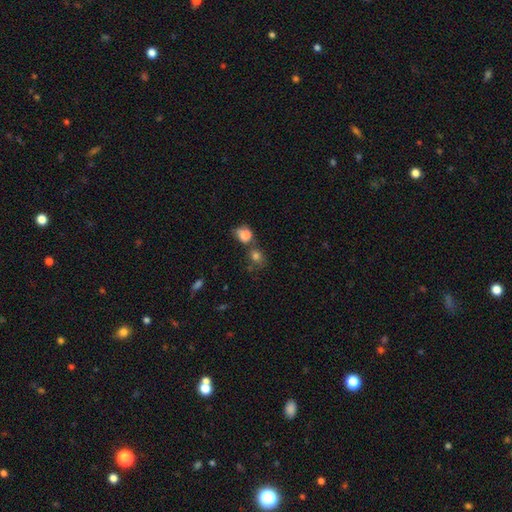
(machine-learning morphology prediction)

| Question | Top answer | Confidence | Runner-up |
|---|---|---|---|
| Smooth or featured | smooth | 72% | star or artifact (18%) |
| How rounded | round | 69% | in between (29%) |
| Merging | none | 45% | merger (38%) |